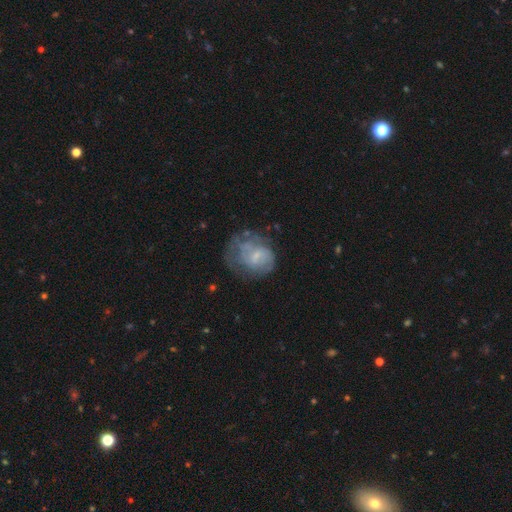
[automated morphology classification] Smooth or featured?
  - featured or disk: 51% *
  - smooth: 39%
  - star or artifact: 10%
Edge-on disk?
  - no: 97% *
  - yes: 3%
Merging?
  - none: 41% *
  - major disturbance: 30%
  - minor disturbance: 25%
  - merger: 3%